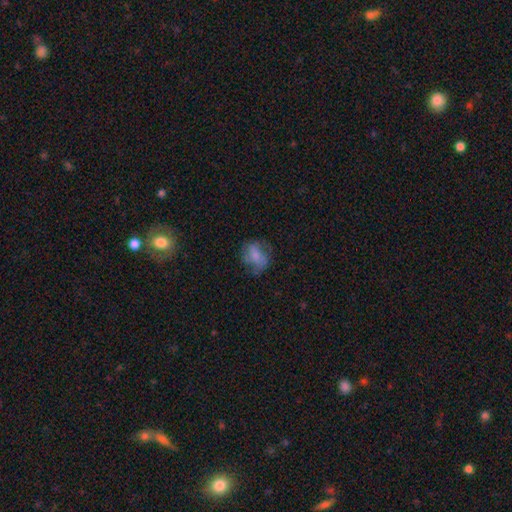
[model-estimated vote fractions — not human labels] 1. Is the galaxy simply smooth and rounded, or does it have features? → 60% smooth, 29% featured or disk, 10% star or artifact.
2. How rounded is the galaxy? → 57% in between, 42% round, 2% cigar-shaped.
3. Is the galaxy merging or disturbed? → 55% none, 25% minor disturbance, 19% major disturbance, 2% merger.